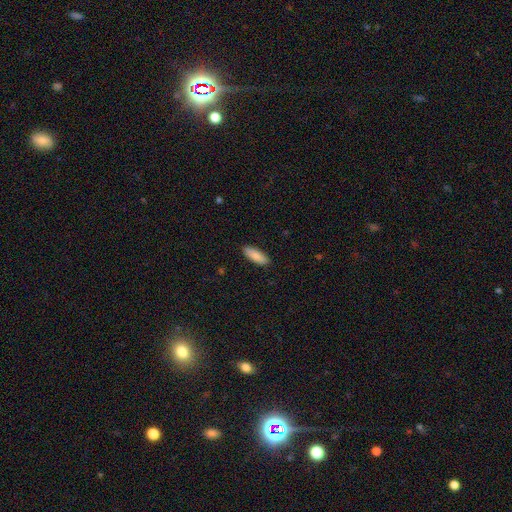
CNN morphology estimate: A smooth galaxy with no disk features (88%) that is in between round and cigar-shaped (65%). Merging: none (90%).